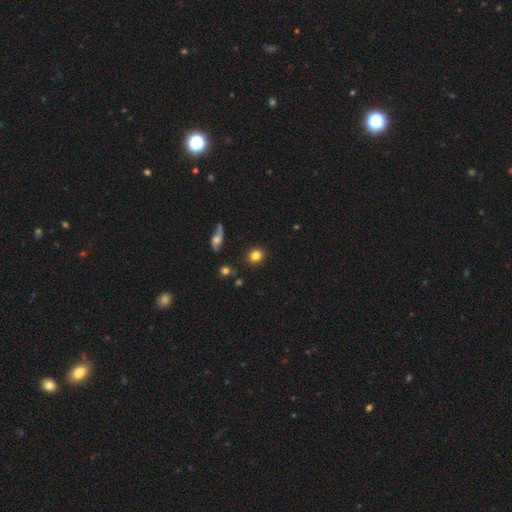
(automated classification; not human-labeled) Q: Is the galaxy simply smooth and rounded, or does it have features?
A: smooth — 82%.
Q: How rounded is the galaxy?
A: round — 85%.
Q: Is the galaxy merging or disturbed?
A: none — 88%.